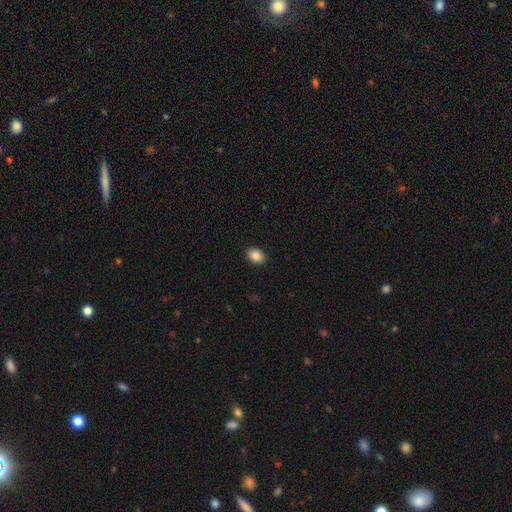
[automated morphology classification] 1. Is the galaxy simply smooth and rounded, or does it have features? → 87% smooth, 8% star or artifact, 4% featured or disk.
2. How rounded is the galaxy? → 73% in between, 26% round, 1% cigar-shaped.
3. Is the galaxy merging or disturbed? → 91% none, 7% minor disturbance, 2% major disturbance, 1% merger.